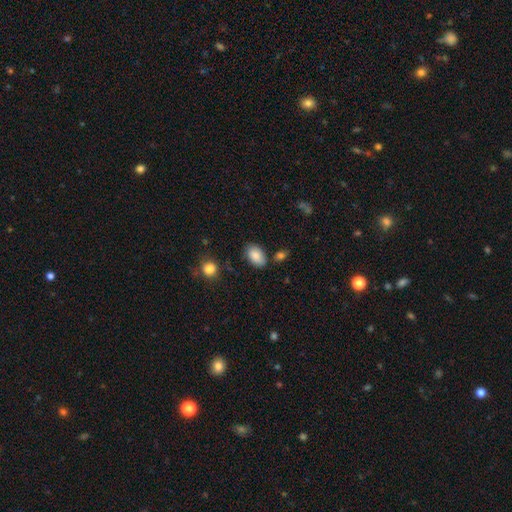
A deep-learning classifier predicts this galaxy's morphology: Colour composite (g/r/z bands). It shows a smooth galaxy with no disk features (85%) that is in between round and cigar-shaped (91%). Merging: none (74%).